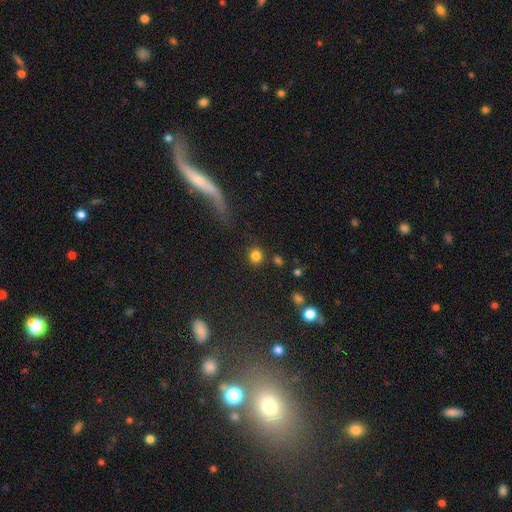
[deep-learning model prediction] Smooth or featured? smooth (82%)
How rounded? round (87%)
Merging? none (80%)